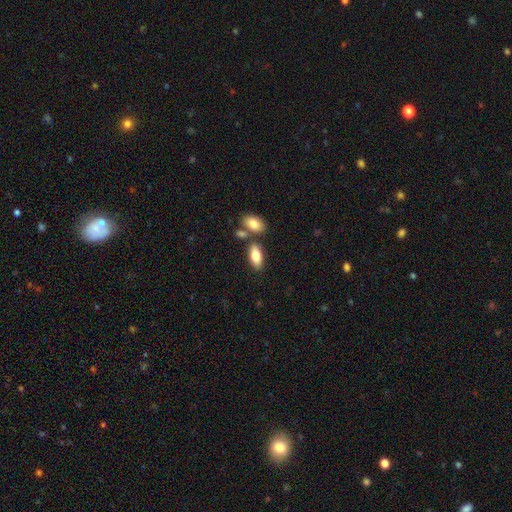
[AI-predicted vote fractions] Smooth or featured: smooth — 79% (featured or disk — 15%)
How rounded: in between — 85% (cigar-shaped — 12%)
Merging: none — 69% (merger — 17%)